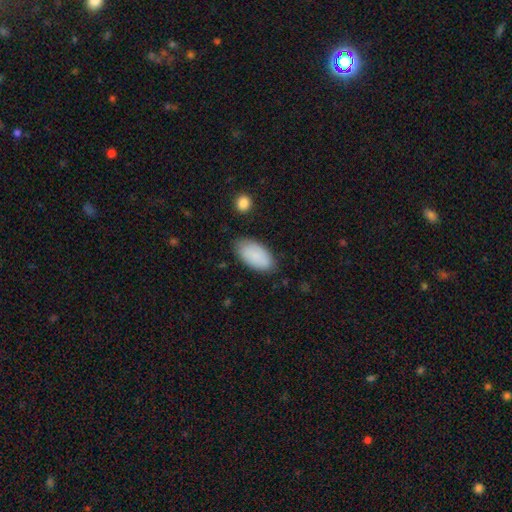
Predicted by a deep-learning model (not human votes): Smooth or featured? Predicted: smooth (p=0.87). How rounded? Predicted: in between (p=0.95). Merging? Predicted: none (p=0.79).